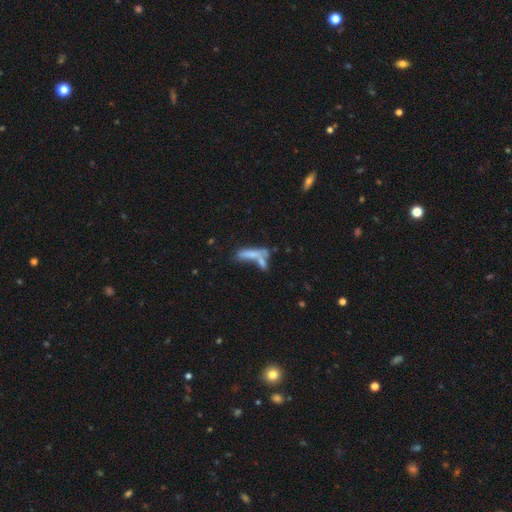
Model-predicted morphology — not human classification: smooth-or-featured: smooth: 58% | featured or disk: 29% | star or artifact: 12%
  how-rounded: cigar-shaped: 73% | in between: 24% | round: 3%
  merging: merger: 43% | none: 35% | minor disturbance: 13% | major disturbance: 10%